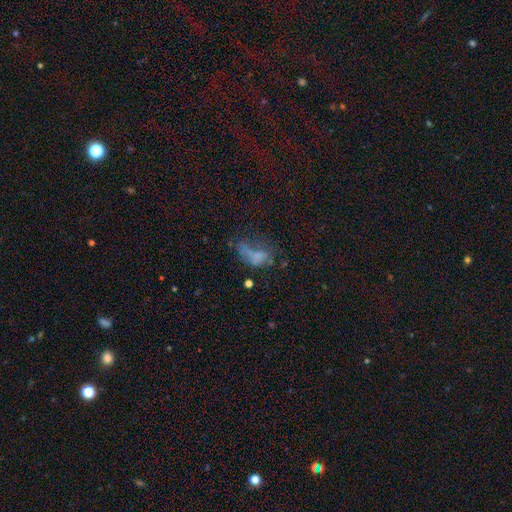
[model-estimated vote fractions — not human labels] This is possibly a smooth galaxy (47%). Merging: marginally major disturbance (43%).